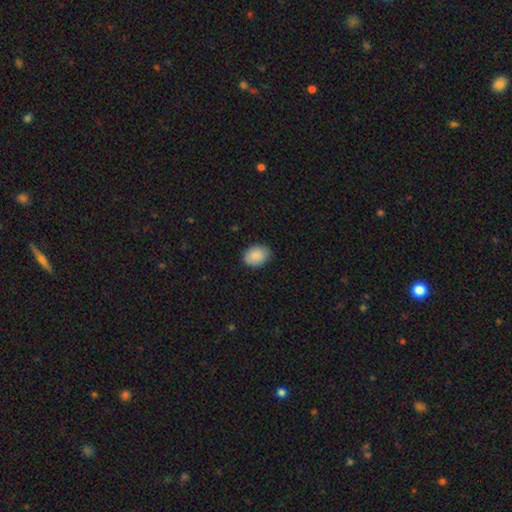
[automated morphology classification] Smooth or featured? Predicted: smooth (p=0.89). How rounded? Predicted: in between (p=0.74). Merging? Predicted: none (p=0.85).